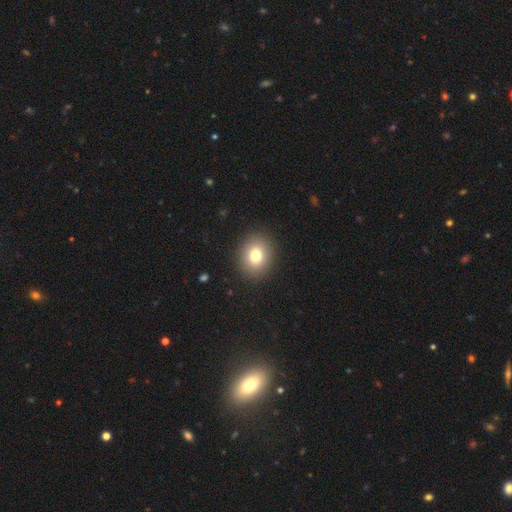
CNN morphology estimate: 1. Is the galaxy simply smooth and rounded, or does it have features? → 78% smooth, 12% star or artifact, 10% featured or disk.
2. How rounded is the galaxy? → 69% round, 30% in between, 1% cigar-shaped.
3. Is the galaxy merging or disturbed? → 90% none, 6% minor disturbance, 2% major disturbance, 1% merger.